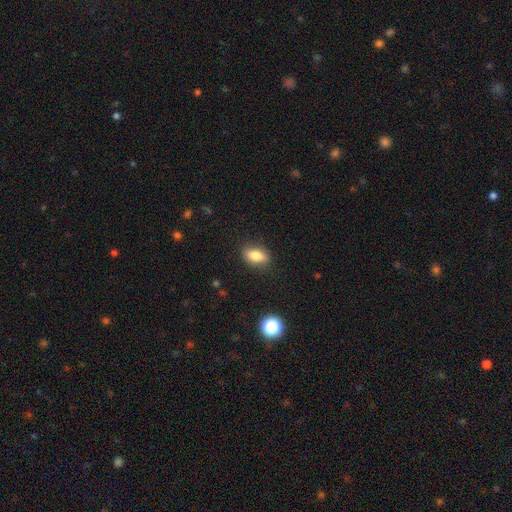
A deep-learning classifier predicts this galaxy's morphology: Overall: smooth (79%). How rounded: in between (83%). Merging: none (85%).